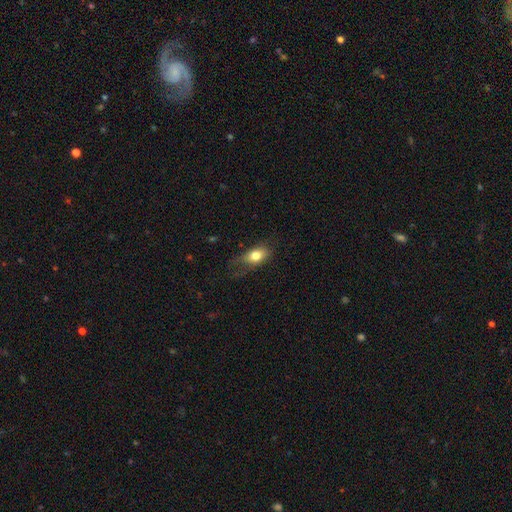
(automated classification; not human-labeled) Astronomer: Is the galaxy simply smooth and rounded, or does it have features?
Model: smooth — 78%.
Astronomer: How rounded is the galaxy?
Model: in between — 83%.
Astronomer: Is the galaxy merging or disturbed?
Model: none — 47% (runner-up: minor disturbance, 30%).